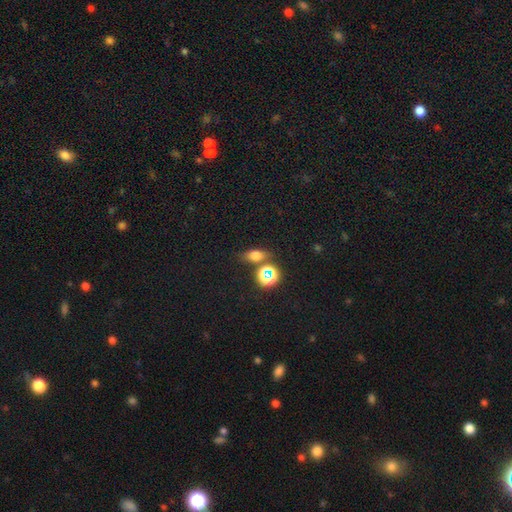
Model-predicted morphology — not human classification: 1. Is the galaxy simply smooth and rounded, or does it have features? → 65% smooth, 23% star or artifact, 11% featured or disk.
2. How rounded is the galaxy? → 66% in between, 25% round, 10% cigar-shaped.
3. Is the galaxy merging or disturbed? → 70% none, 14% minor disturbance, 12% merger, 5% major disturbance.